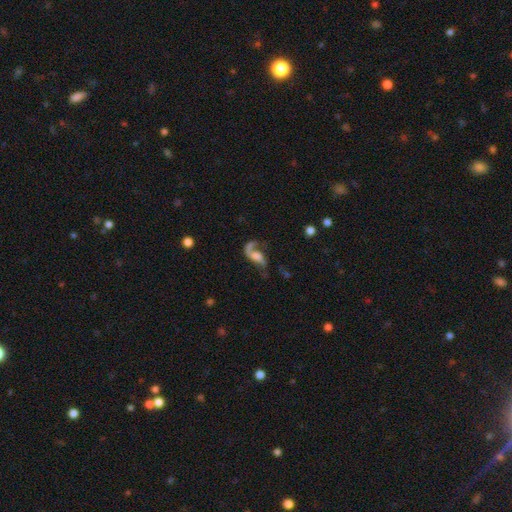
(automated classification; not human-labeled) Smooth or featured? Predicted: featured or disk (p=0.74). Edge-on disk? Predicted: no (p=0.95). Bar? Predicted: no (p=0.51). Spiral arms? Predicted: yes (p=0.88). Spiral winding? Predicted: loose (p=0.73). Spiral arm count? Predicted: 2 (p=0.54). Bulge size? Predicted: none (p=0.28). Merging? Predicted: none (p=0.40).